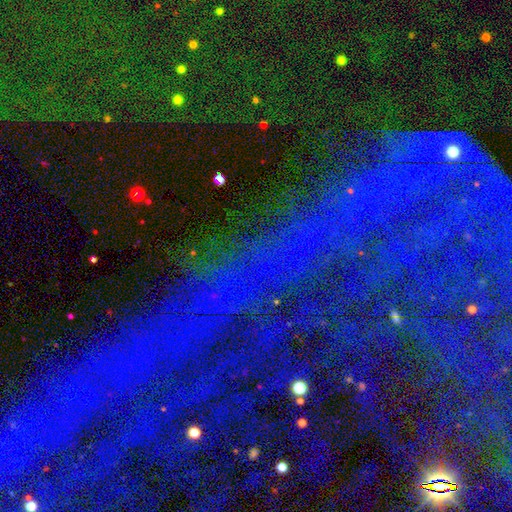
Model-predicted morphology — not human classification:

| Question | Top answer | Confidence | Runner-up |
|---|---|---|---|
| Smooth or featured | star or artifact | 84% | featured or disk (8%) |